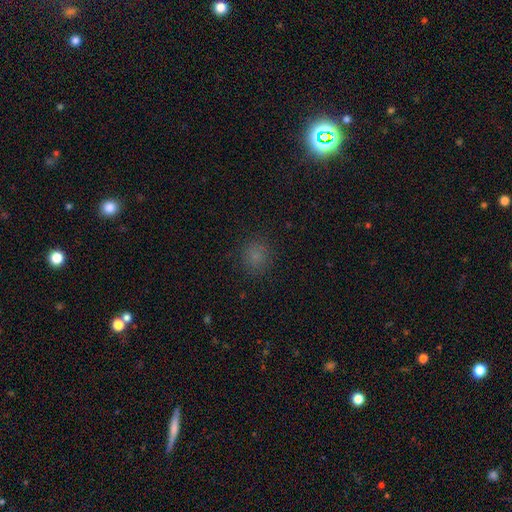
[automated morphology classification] smooth 76%, star or artifact 18%, featured or disk 5%. Down the decision tree: how rounded — round (83%); merging — none (86%).